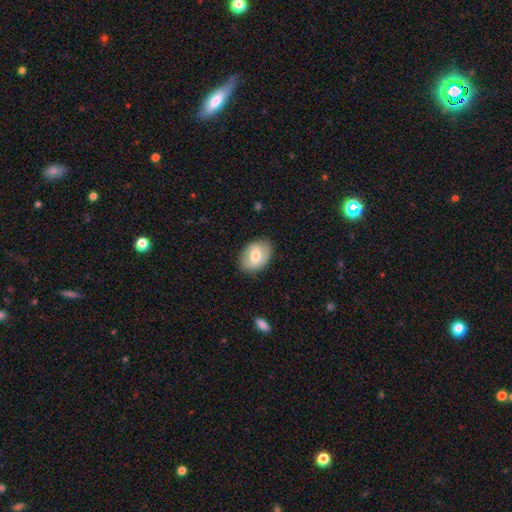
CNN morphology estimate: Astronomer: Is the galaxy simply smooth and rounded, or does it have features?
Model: smooth — 68%.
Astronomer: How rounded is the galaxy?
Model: in between — 77%.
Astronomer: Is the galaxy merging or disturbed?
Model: none — 83%.